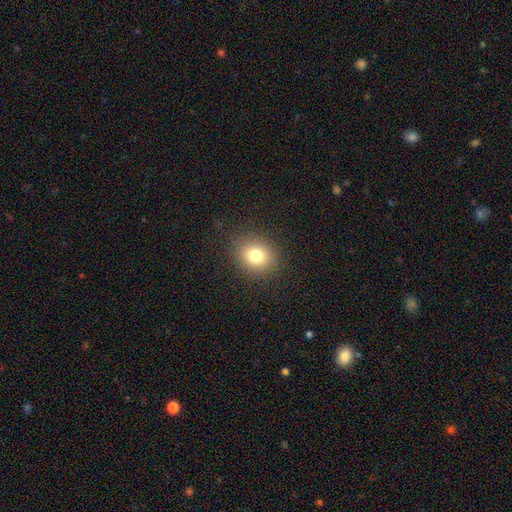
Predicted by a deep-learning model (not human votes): Smooth or featured?
  - smooth: 78% *
  - star or artifact: 12%
  - featured or disk: 9%
How rounded?
  - round: 68% *
  - in between: 32%
  - cigar-shaped: 1%
Merging?
  - none: 87% *
  - minor disturbance: 8%
  - major disturbance: 3%
  - merger: 1%